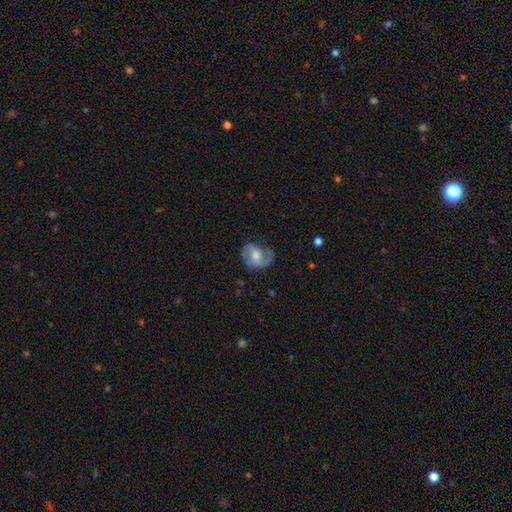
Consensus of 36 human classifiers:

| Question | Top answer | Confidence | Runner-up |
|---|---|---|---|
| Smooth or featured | featured or disk | 72% | smooth (28%) |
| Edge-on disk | no | 100% | — |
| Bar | weak | 54% | no (38%) |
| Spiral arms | yes | 92% | no (8%) |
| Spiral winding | medium | 58% | loose (29%) |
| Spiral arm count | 2 | 79% | 1 (12%) |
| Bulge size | moderate | 54% | small (38%) |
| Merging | none | 64% | minor disturbance (25%) |